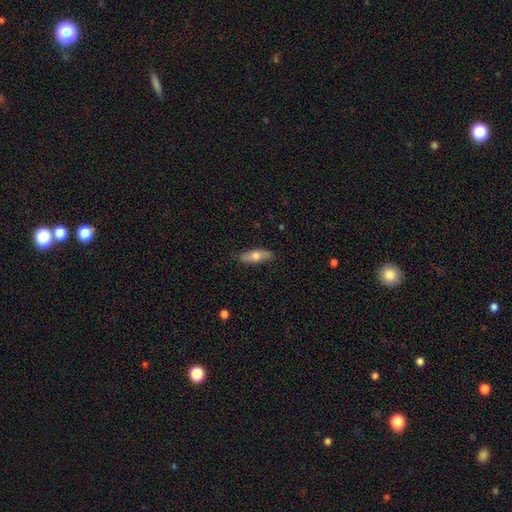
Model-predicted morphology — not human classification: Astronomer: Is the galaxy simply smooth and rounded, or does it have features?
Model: smooth — 65%.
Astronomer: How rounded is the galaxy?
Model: in between — 63%.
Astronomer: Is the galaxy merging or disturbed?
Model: none — 84%.